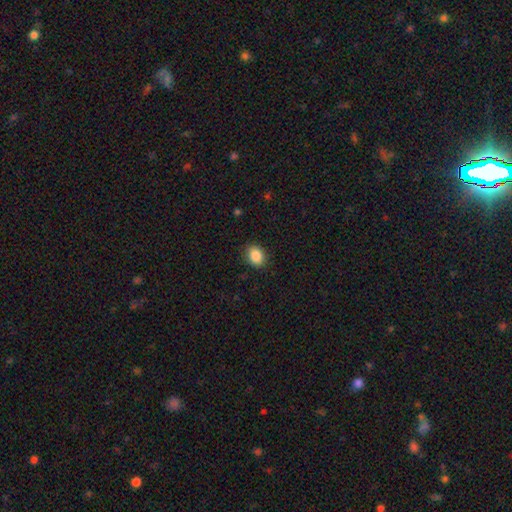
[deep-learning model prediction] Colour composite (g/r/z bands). It shows a smooth galaxy with no disk features (88%) that is in between round and cigar-shaped (62%). Merging: none (87%).